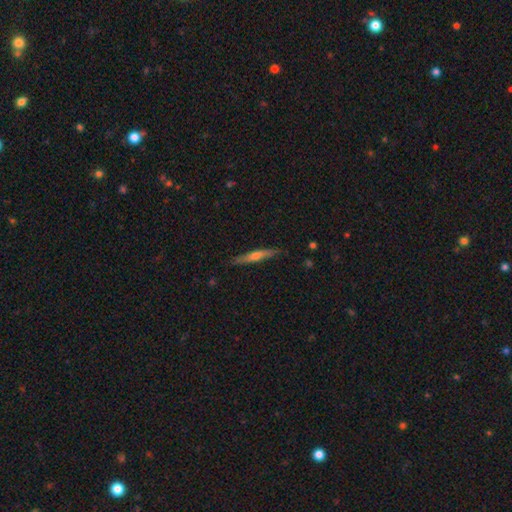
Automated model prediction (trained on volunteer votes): This appears to be a featured or disk galaxy (59%) viewed edge-on (95%) with a rounded central bulge (77%). Merging: none (88%).